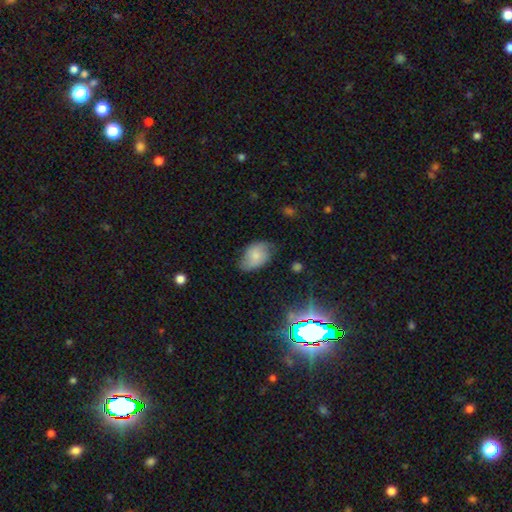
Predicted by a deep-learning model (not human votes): Morphology: type=smooth (70%); roundness=in between (86%); merging=none (59%).